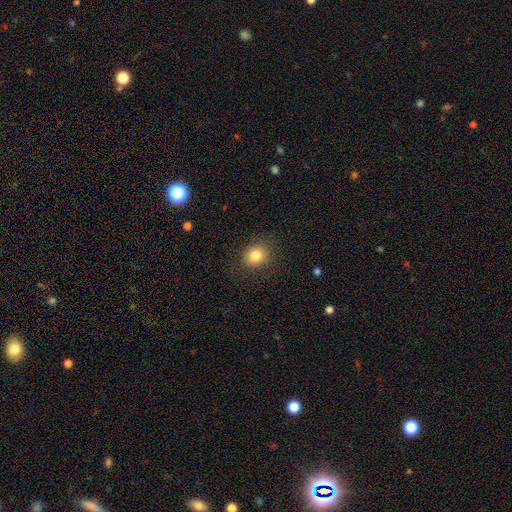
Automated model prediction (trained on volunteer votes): Smooth or featured: smooth — 82% (star or artifact — 11%)
How rounded: round — 69% (in between — 30%)
Merging: none — 85% (minor disturbance — 10%)